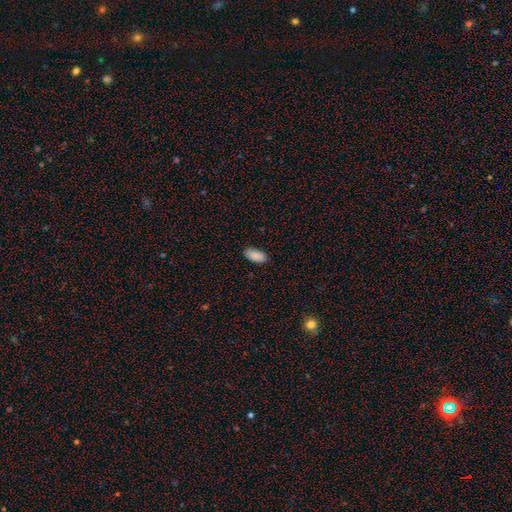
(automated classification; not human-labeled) Smooth or featured: smooth — 89% (star or artifact — 7%)
How rounded: in between — 94% (cigar-shaped — 4%)
Merging: none — 85% (minor disturbance — 12%)